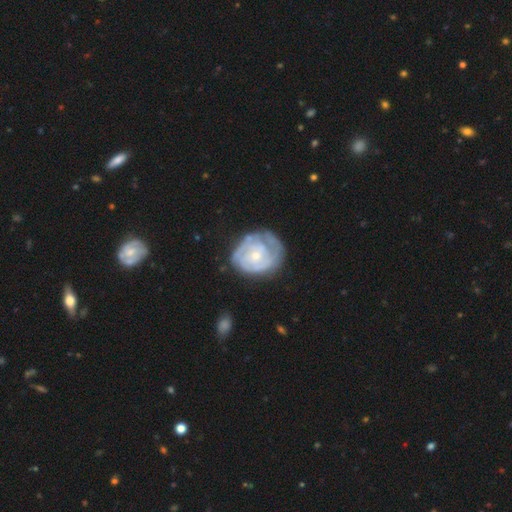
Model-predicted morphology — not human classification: Smooth or featured? Predicted: featured or disk (p=0.76). Edge-on disk? Predicted: no (p=0.98). Bar? Predicted: no (p=0.76). Spiral arms? Predicted: yes (p=0.82). Spiral winding? Predicted: tight (p=0.69). Spiral arm count? Predicted: can't tell (p=0.45). Bulge size? Predicted: small (p=0.65). Merging? Predicted: none (p=0.57).